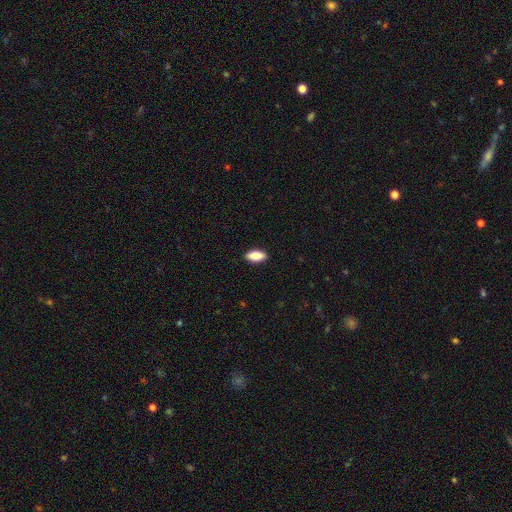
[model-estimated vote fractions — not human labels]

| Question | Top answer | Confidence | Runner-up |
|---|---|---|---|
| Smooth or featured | smooth | 81% | featured or disk (12%) |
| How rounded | in between | 83% | cigar-shaped (14%) |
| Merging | none | 89% | minor disturbance (9%) |